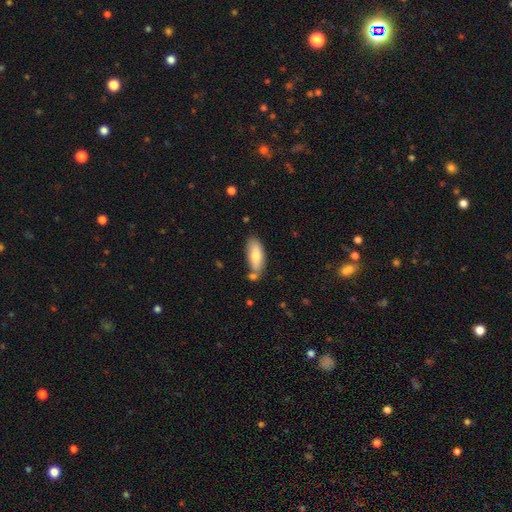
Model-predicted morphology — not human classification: type=smooth (78%); roundness=in between (74%); merging=none (66%).